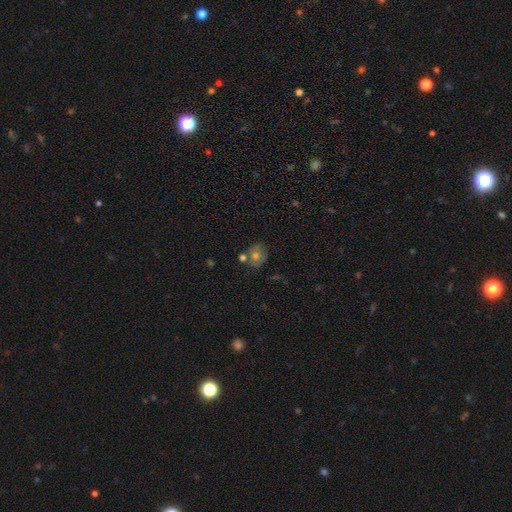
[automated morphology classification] This appears to be a smooth galaxy with no disk features (57%) that is round (69%). Merging: none (65%).